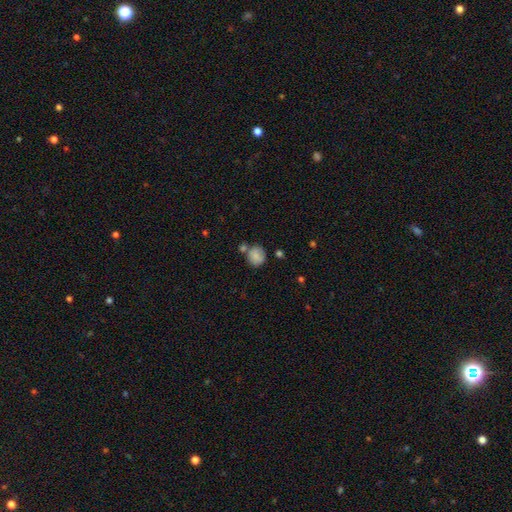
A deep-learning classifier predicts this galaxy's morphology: smooth_or_featured: smooth (p=0.80) [alt: featured or disk p=0.11]
how_rounded: round (p=0.82) [alt: in between p=0.17]
merging: none (p=0.61) [alt: minor disturbance p=0.17]